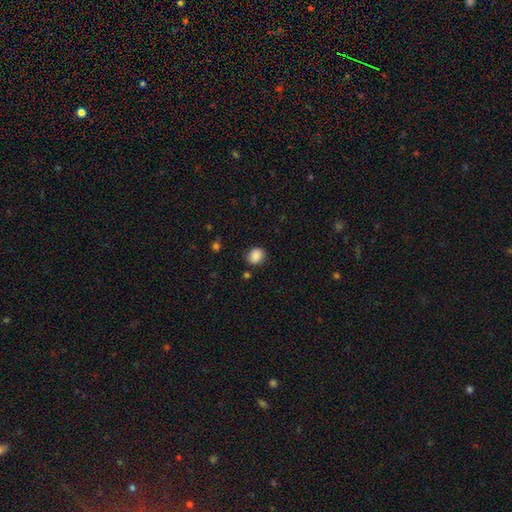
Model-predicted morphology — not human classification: Smooth or featured: smooth — 88% (star or artifact — 9%)
How rounded: round — 64% (in between — 35%)
Merging: none — 82% (minor disturbance — 13%)